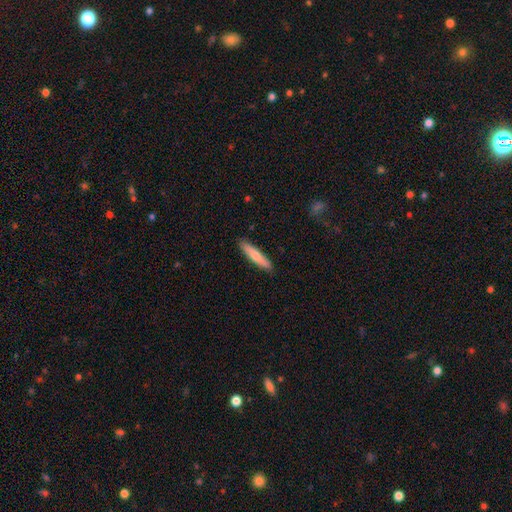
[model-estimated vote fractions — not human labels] Morphology: type=smooth (74%); roundness=cigar-shaped (86%); merging=none (89%).